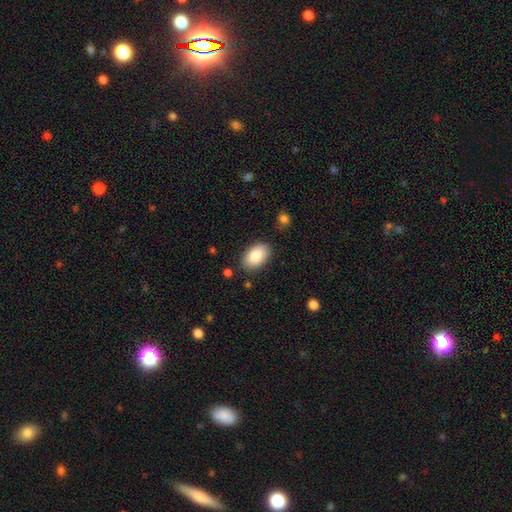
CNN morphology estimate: A smooth galaxy with no disk features (85%) that is in between round and cigar-shaped (92%). Merging: none (86%).